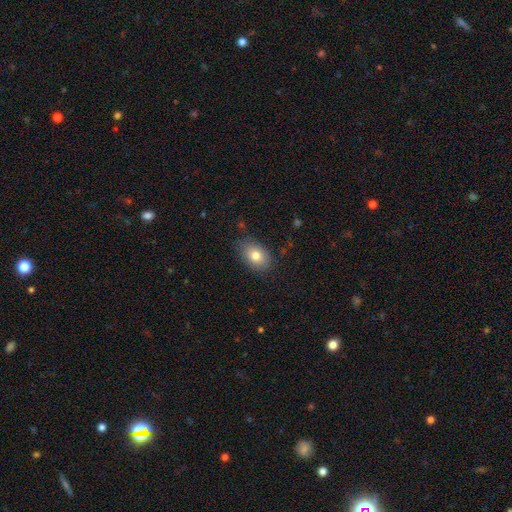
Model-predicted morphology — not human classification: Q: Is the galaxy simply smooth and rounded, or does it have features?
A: smooth — 80%.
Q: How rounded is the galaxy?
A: in between — 81%.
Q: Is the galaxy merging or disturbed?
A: none — 80%.